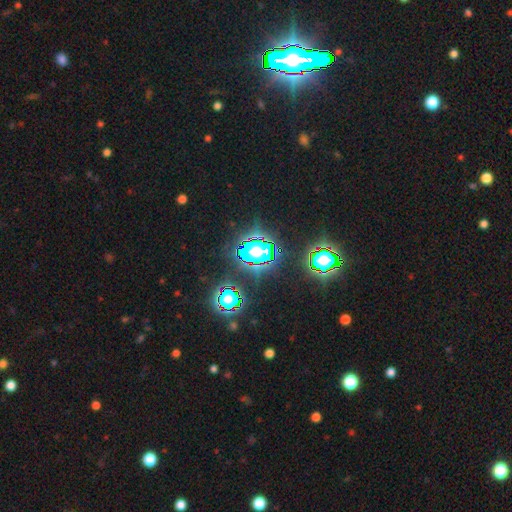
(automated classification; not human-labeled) A star or artifact, not a galaxy (82%).

Vote fractions:
- Smooth or featured? star or artifact: 82% / smooth: 11% / featured or disk: 7%